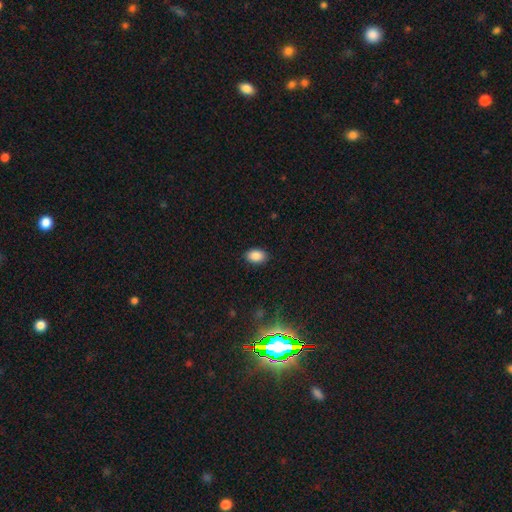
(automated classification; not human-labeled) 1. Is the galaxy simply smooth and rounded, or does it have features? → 88% smooth, 9% star or artifact, 3% featured or disk.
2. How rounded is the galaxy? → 83% in between, 15% round, 1% cigar-shaped.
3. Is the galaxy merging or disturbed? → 88% none, 9% minor disturbance, 2% major disturbance, 1% merger.